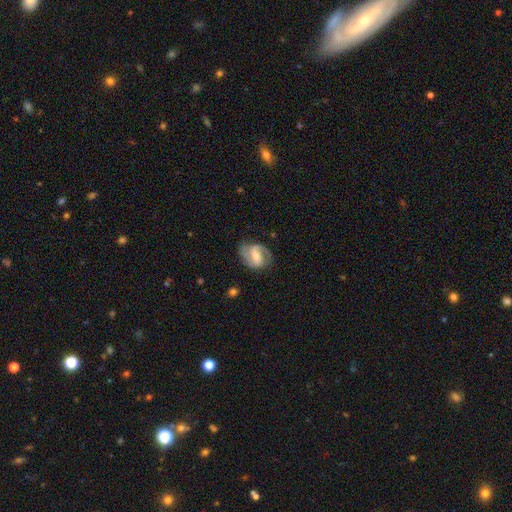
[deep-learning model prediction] Morphology: type=featured or disk (82%); edge-on=no (98%); bar=weak (50%); spiral arms=yes (95%); winding=medium (52%); arm count=2 (86%); bulge=moderate (49%); merging=none (72%).